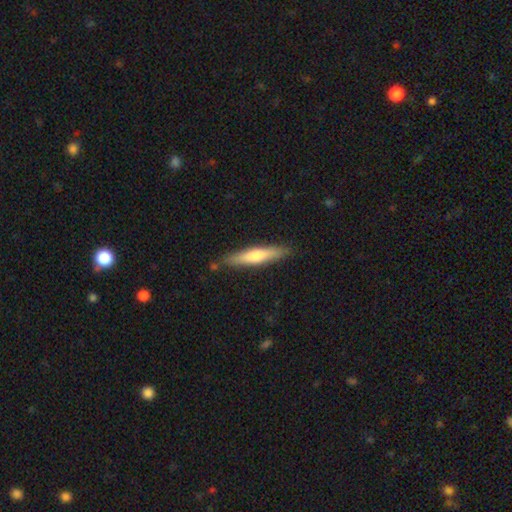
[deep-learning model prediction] Smooth or featured? Predicted: smooth (p=0.58). How rounded? Predicted: cigar-shaped (p=0.90). Merging? Predicted: none (p=0.87).